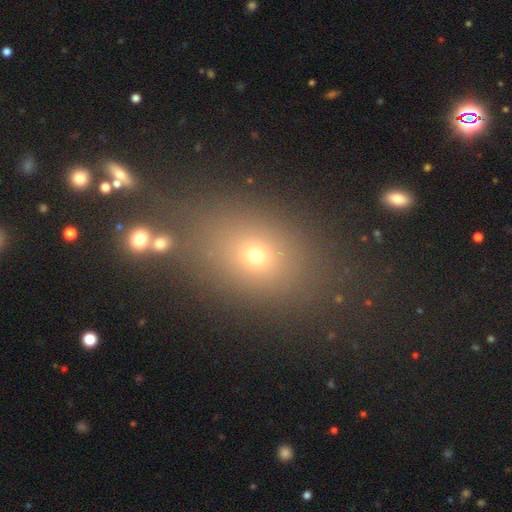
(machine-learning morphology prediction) Smooth or featured? Predicted: smooth (p=0.63). How rounded? Predicted: in between (p=0.61). Merging? Predicted: none (p=0.78).